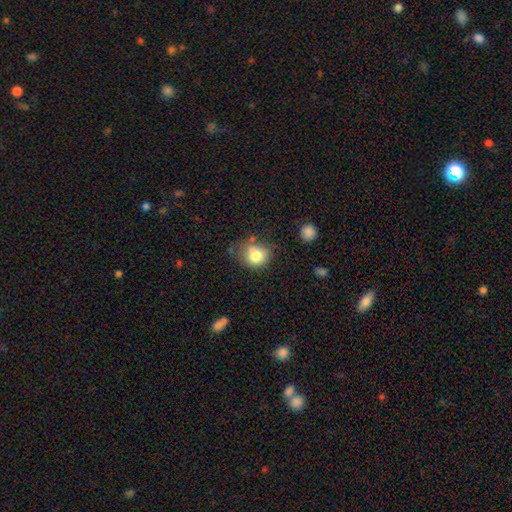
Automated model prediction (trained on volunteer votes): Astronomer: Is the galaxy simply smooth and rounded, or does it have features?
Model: smooth — 80%.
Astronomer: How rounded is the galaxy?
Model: round — 76%.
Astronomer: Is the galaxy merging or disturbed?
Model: none — 63%.